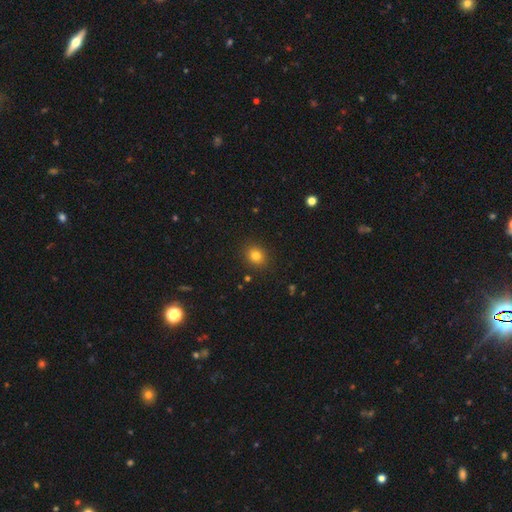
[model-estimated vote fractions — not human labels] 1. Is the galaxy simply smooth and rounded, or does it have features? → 80% smooth, 13% star or artifact, 6% featured or disk.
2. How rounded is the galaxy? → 72% round, 27% in between, 1% cigar-shaped.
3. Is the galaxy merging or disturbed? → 89% none, 7% minor disturbance, 2% major disturbance, 1% merger.